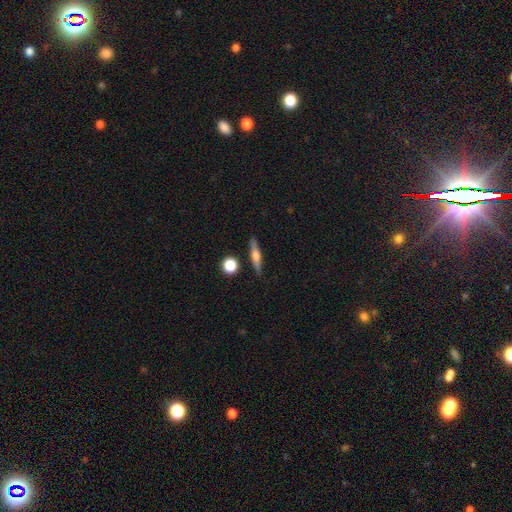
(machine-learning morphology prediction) Smooth or featured? featured or disk (53%)
Edge-on disk? yes (95%)
Edge-on bulge? rounded (86%)
Merging? none (87%)